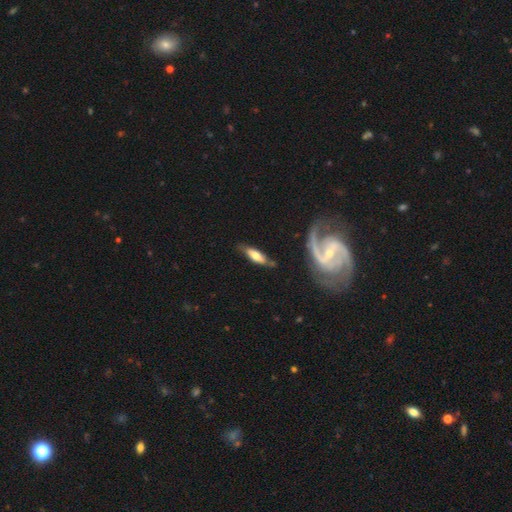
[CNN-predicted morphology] Smooth or featured: smooth — 51% (featured or disk — 42%)
How rounded: in between — 50% (cigar-shaped — 48%)
Merging: none — 69% (minor disturbance — 20%)